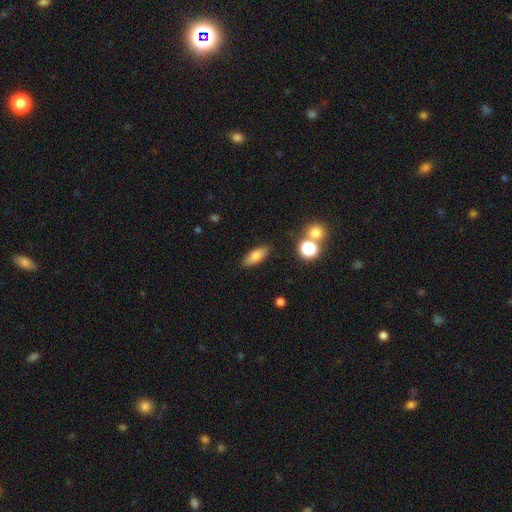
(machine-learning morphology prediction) This is likely a smooth galaxy (77%). How rounded: likely in between (72%). Merging: clearly none (85%).